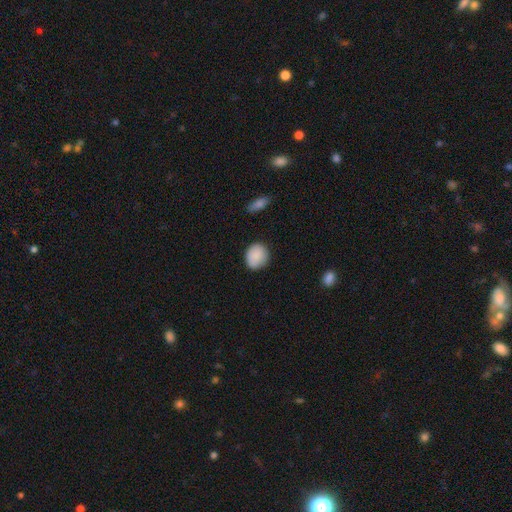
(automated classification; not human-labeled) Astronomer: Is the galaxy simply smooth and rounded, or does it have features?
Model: smooth — 89%.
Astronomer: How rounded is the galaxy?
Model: round — 71%.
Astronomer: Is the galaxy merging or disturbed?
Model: none — 83%.